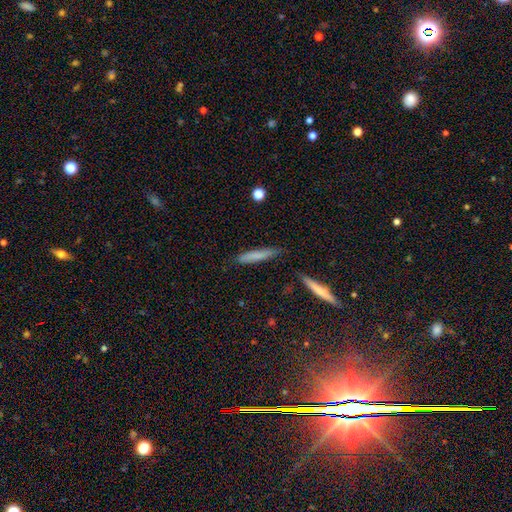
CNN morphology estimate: A smooth galaxy with no disk features (75%) that is cigar-shaped (91%). Merging: none (78%).